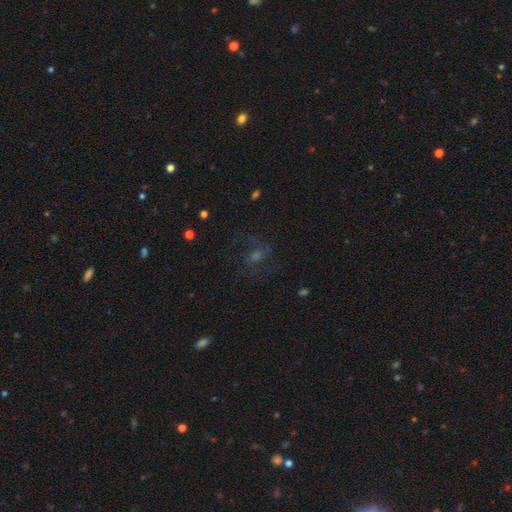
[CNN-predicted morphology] Q: Smooth or featured?
A: featured or disk (46%); runner-up: star or artifact (29%)
Q: Merging?
A: none (69%); runner-up: minor disturbance (15%)